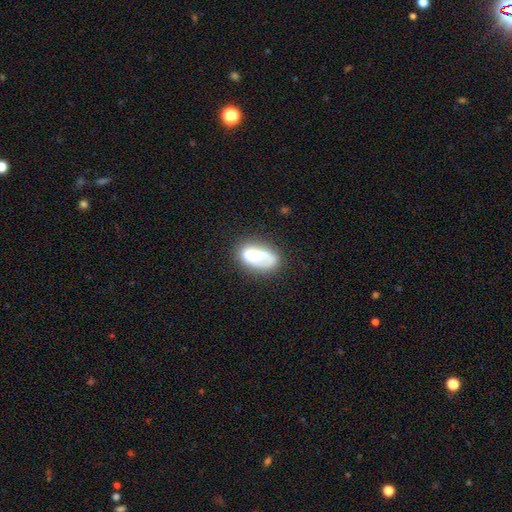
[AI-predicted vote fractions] The model was most divided on "smooth or featured": smooth: 53%, featured or disk: 39%, star or artifact: 7%. More confident: how rounded — in between (89%); merging — none (55%).